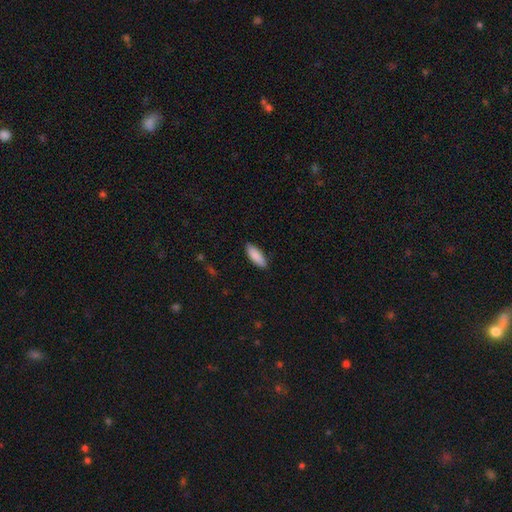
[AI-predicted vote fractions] Smooth or featured? smooth (89%)
How rounded? in between (64%)
Merging? none (87%)